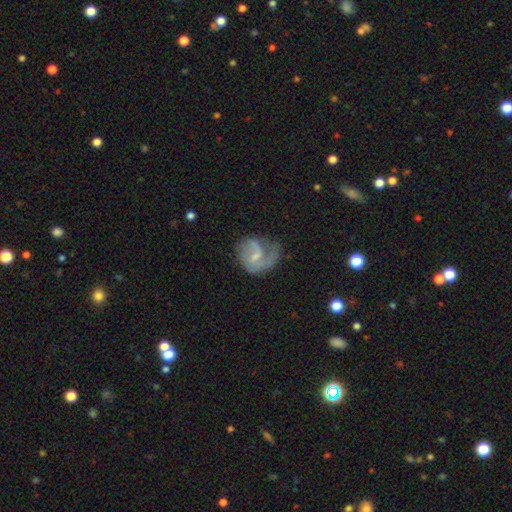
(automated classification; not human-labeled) This is likely a featured or disk galaxy (66%). It is clearly not viewed edge-on (98%). Bar: possibly weak (51%). Spiral arm pattern: clearly yes (82%). Spiral arm count: possibly 1 (46%). Spiral winding: marginally medium (40%, tied with loose). Central bulge: possibly small (54%). Merging: marginally none (35%, tied with major disturbance).